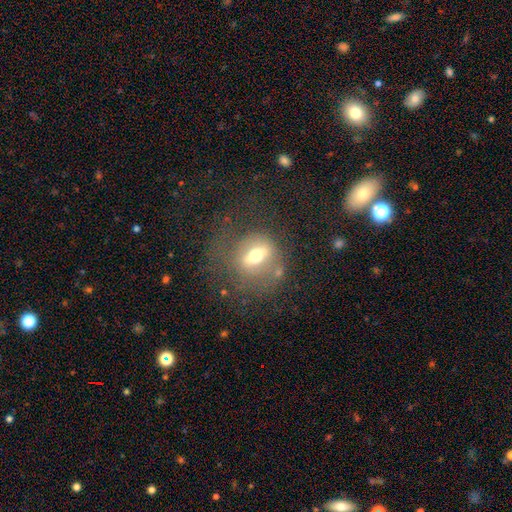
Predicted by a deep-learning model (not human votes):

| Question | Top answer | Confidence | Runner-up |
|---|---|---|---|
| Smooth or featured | featured or disk | 47% | smooth (41%) |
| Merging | none | 50% | major disturbance (25%) |